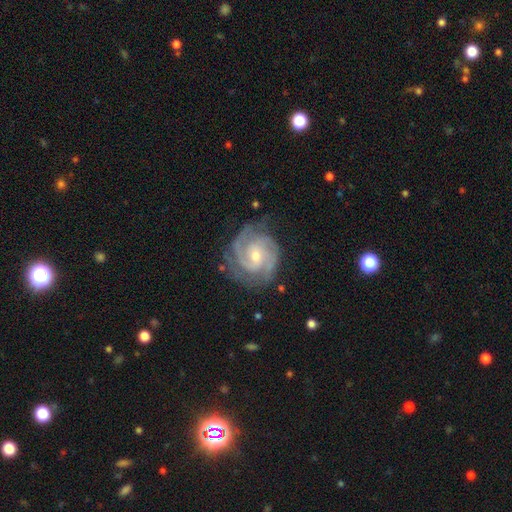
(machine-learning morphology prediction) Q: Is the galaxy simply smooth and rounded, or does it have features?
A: featured or disk — 91%.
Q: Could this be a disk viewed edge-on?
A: no — 98%.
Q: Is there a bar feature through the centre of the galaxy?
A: no — 49%.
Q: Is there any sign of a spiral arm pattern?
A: yes — 98%.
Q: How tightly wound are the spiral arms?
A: tight — 61%.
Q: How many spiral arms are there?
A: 2 — 51%.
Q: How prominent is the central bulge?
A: small — 51%.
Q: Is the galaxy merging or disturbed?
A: none — 76%.